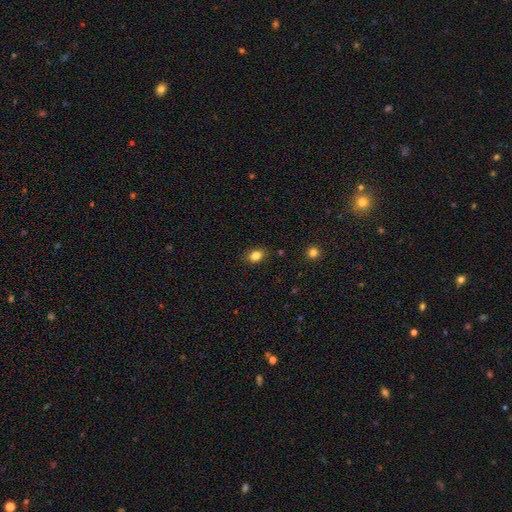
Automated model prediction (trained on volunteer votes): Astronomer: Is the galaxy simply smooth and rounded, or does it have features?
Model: smooth — 83%.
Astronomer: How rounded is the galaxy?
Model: in between — 64%.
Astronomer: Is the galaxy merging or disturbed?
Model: none — 86%.